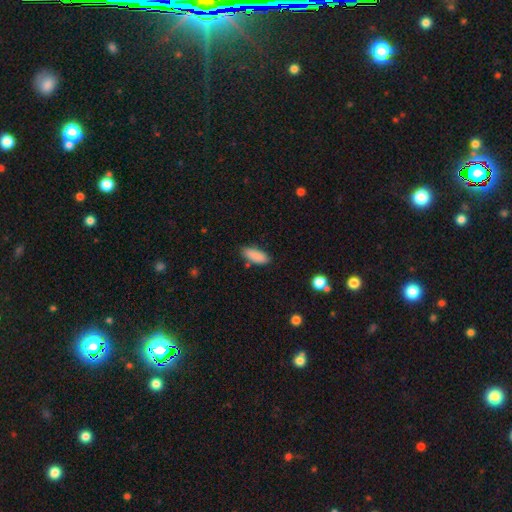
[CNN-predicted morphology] Smooth or featured: smooth — 88% (star or artifact — 7%)
How rounded: in between — 74% (cigar-shaped — 24%)
Merging: none — 80% (minor disturbance — 15%)